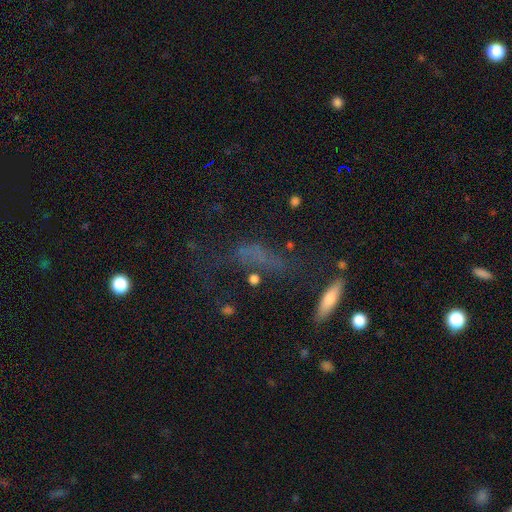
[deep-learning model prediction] smooth_or_featured: smooth (p=0.43) [alt: featured or disk p=0.30]
merging: none (p=0.42) [alt: major disturbance p=0.28]